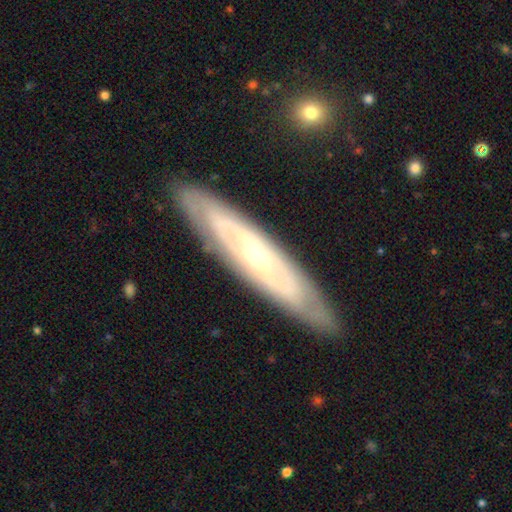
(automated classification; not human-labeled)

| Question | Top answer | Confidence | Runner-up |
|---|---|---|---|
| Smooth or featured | featured or disk | 78% | smooth (17%) |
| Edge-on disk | no | 60% | yes (40%) |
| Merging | none | 86% | minor disturbance (11%) |